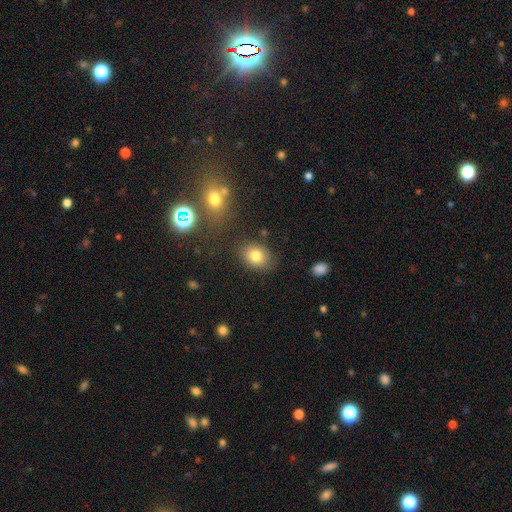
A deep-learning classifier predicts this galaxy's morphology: This appears to be a smooth galaxy with no disk features (80%) that is in between round and cigar-shaped (59%). Merging: none (81%).